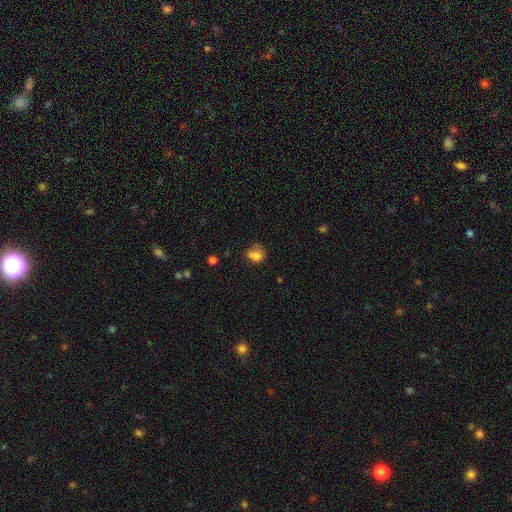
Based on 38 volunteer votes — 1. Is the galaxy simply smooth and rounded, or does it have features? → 74% smooth, 21% featured or disk, 5% star or artifact.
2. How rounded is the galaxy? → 54% round, 43% in between, 4% cigar-shaped.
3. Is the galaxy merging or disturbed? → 44% none, 42% merger, 8% minor disturbance, 6% major disturbance.